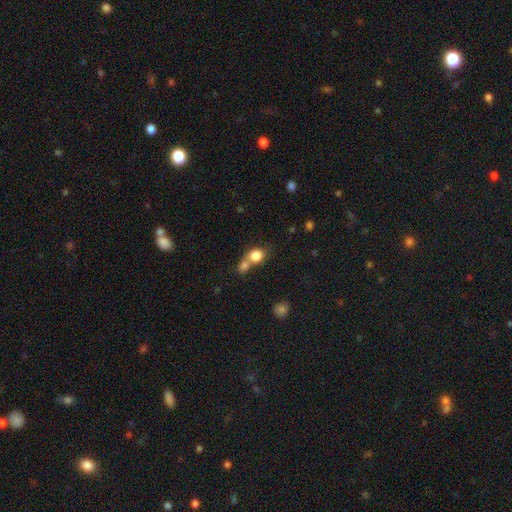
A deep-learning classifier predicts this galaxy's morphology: smooth-or-featured: smooth: 81% | star or artifact: 10% | featured or disk: 9%
  how-rounded: round: 66% | in between: 33% | cigar-shaped: 1%
  merging: merger: 55% | none: 33% | minor disturbance: 8% | major disturbance: 4%